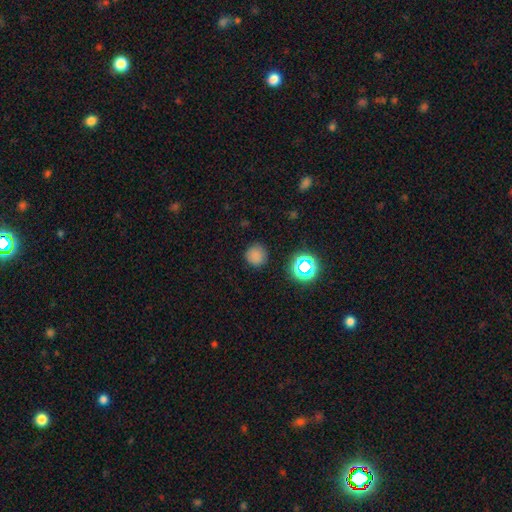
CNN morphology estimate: Q: Smooth or featured?
A: smooth (75%); runner-up: star or artifact (19%)
Q: How rounded?
A: round (93%); runner-up: in between (6%)
Q: Merging?
A: none (86%); runner-up: minor disturbance (9%)